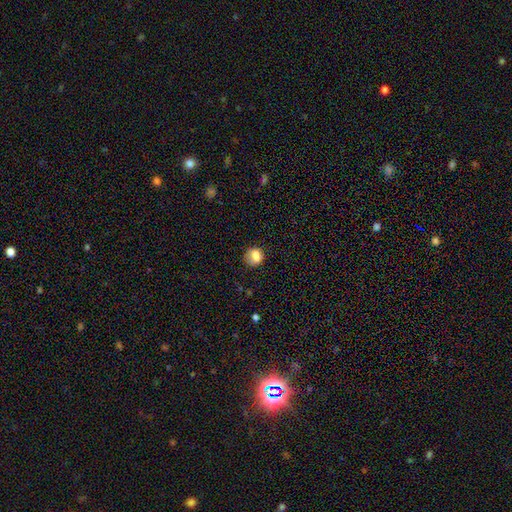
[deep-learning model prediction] A smooth galaxy with no disk features (80%) that is round (73%). Merging: none (67%).